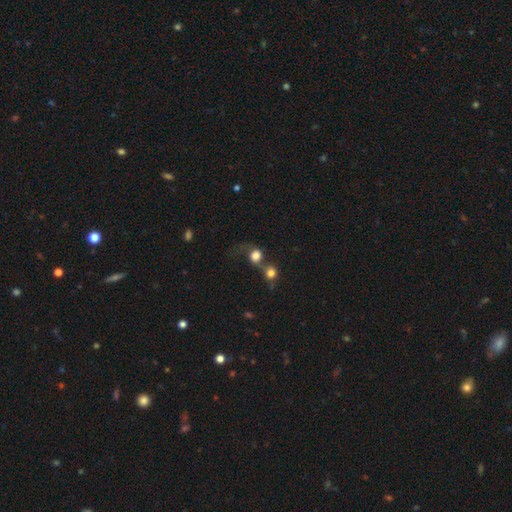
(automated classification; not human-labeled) The model was most divided on "merging": merger: 54%, none: 21%, major disturbance: 16%, minor disturbance: 9%. More confident: how rounded — round (74%); smooth or featured — smooth (73%).